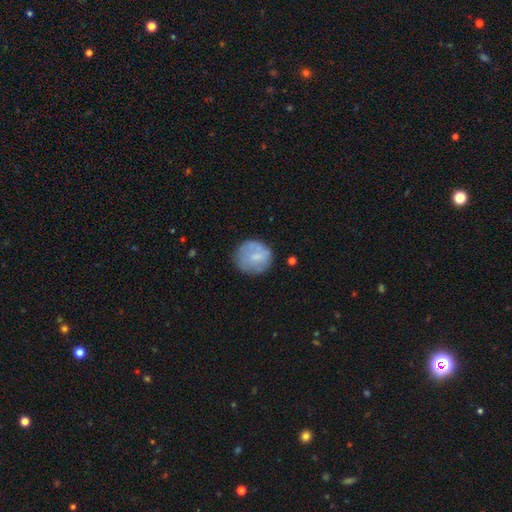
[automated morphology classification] A smooth galaxy with no disk features (63%) that is round (87%).

Vote fractions:
- Smooth or featured? smooth: 63% / featured or disk: 29% / star or artifact: 8%
- How rounded? round: 87% / in between: 12% / cigar-shaped: 1%
- Merging? none: 67% / minor disturbance: 21% / major disturbance: 9% / merger: 3%